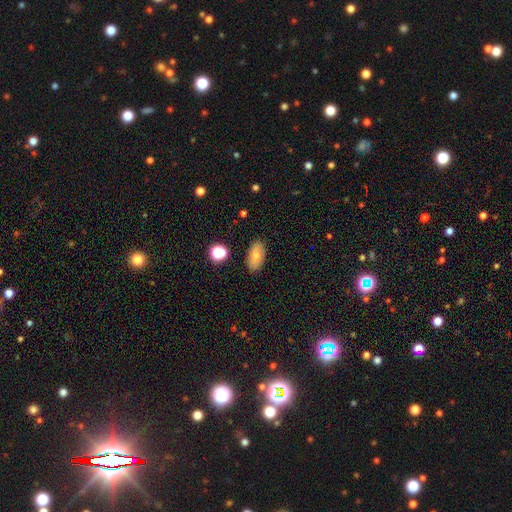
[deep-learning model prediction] smooth 77%, featured or disk 14%, star or artifact 9%. Down the decision tree: how rounded — in between (91%); merging — none (86%).